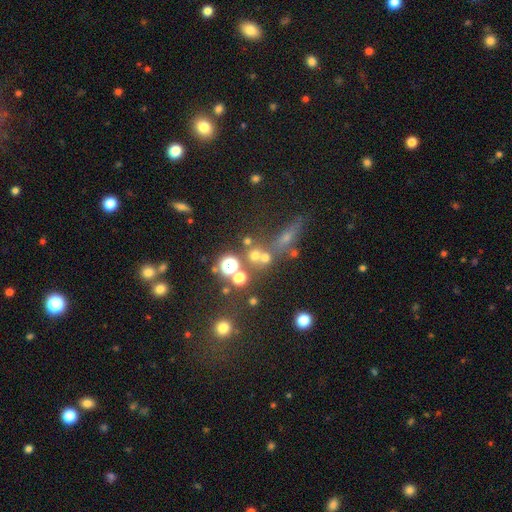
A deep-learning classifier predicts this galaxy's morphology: The model was most divided on "smooth or featured": smooth: 56%, star or artifact: 29%, featured or disk: 16%. More confident: how rounded — round (82%); merging — none (56%).